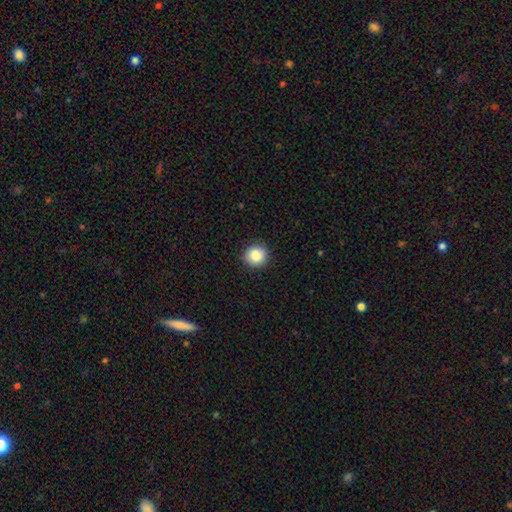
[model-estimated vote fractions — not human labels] A smooth galaxy with no disk features (85%) that is round (93%).

Vote fractions:
- Smooth or featured? smooth: 85% / star or artifact: 10% / featured or disk: 5%
- How rounded? round: 93% / in between: 6% / cigar-shaped: 1%
- Merging? none: 92% / minor disturbance: 6% / major disturbance: 2% / merger: 1%